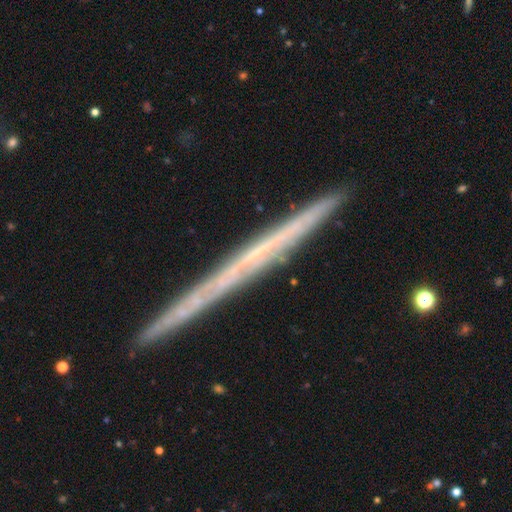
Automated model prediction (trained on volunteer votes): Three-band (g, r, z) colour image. It shows a featured or disk galaxy (69%) viewed edge-on (97%) with no central bulge (89%). Merging: none (90%).